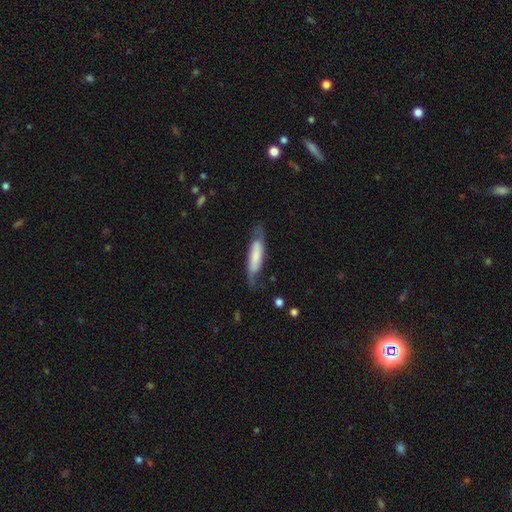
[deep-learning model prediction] The model was most divided on "smooth or featured": smooth: 55%, featured or disk: 38%, star or artifact: 7%. More confident: how rounded — cigar-shaped (66%); merging — none (61%).